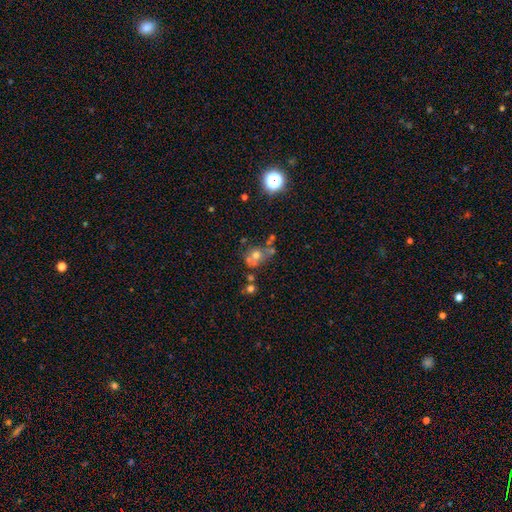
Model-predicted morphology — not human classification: This appears to be a smooth galaxy with no disk features (50%) that is round (72%). Merging: none (40%).